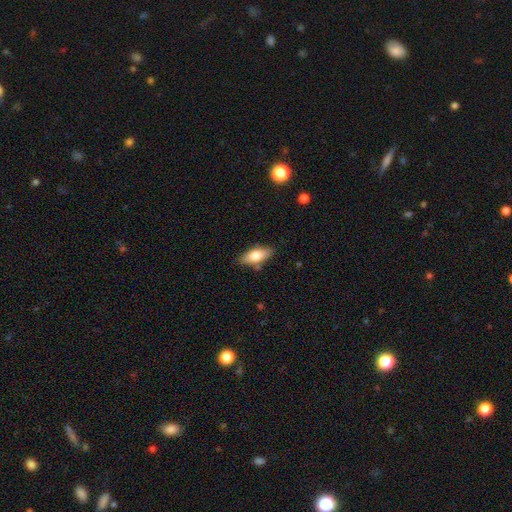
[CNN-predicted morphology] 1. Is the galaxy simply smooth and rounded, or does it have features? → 76% smooth, 18% featured or disk, 6% star or artifact.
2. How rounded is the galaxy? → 80% in between, 17% cigar-shaped, 3% round.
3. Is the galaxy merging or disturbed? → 80% none, 14% minor disturbance, 3% merger, 3% major disturbance.